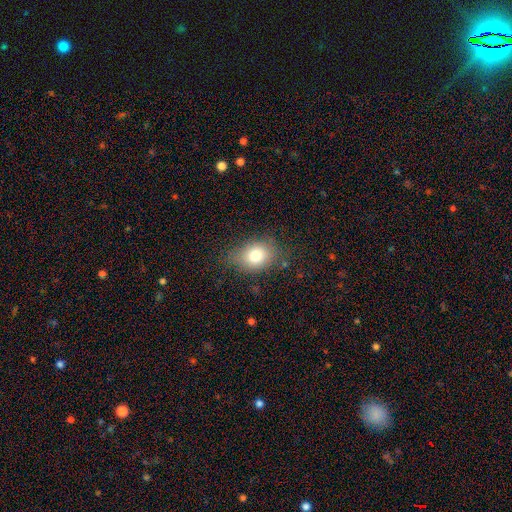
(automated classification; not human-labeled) A smooth galaxy with no disk features (76%) that is in between round and cigar-shaped (63%). Merging: none (73%).